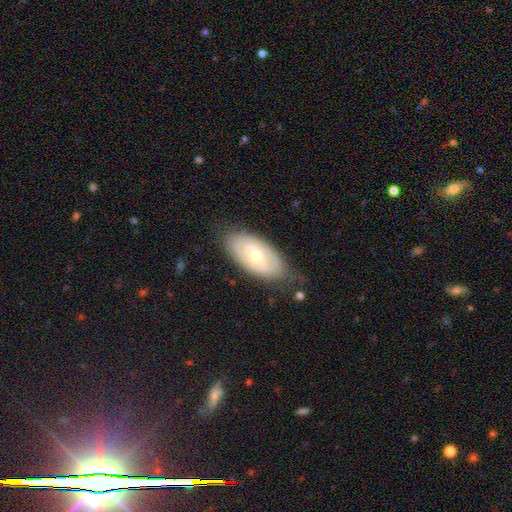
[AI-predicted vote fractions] featured or disk 68%, smooth 26%, star or artifact 6%. Down the decision tree: edge-on disk — no (91%); bar — no (63%); spiral arms — yes (65%); bulge size — moderate (61%); merging — none (70%).